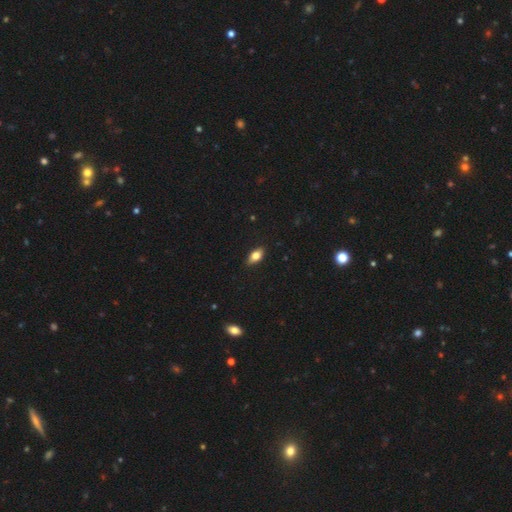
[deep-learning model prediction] Q: Smooth or featured?
A: smooth (74%); runner-up: featured or disk (18%)
Q: How rounded?
A: in between (85%); runner-up: cigar-shaped (9%)
Q: Merging?
A: none (86%); runner-up: minor disturbance (11%)